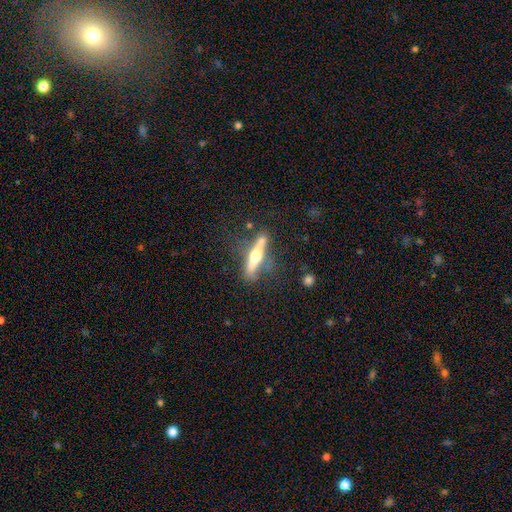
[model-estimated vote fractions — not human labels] Morphology: type=featured or disk (67%); edge-on=yes (94%); edge-on bulge=rounded (93%); merging=none (72%).